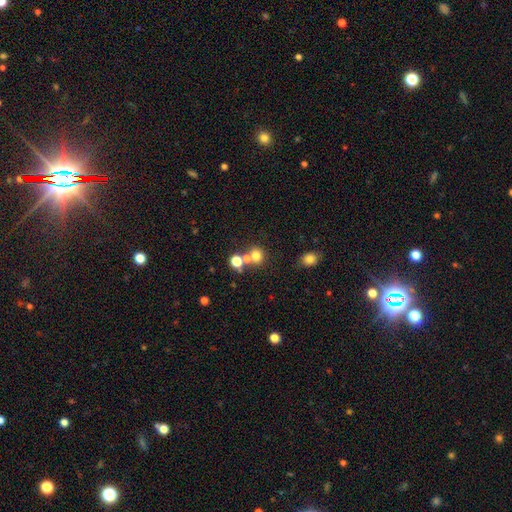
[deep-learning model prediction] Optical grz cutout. It shows a smooth galaxy with no disk features (73%) that is round (78%). Merging: none (55%).